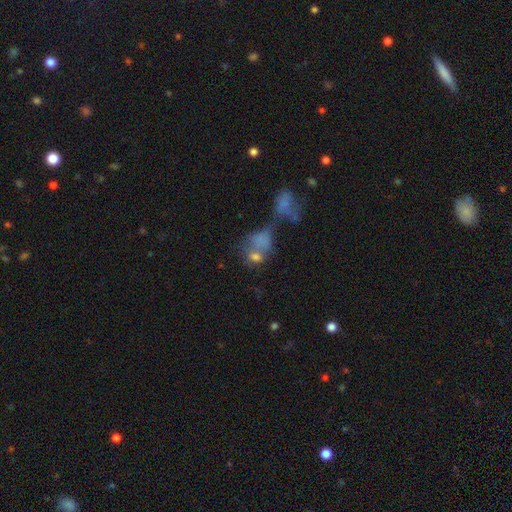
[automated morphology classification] Smooth or featured: smooth — 59% (featured or disk — 22%)
How rounded: in between — 56% (round — 41%)
Merging: merger — 55% (none — 22%)